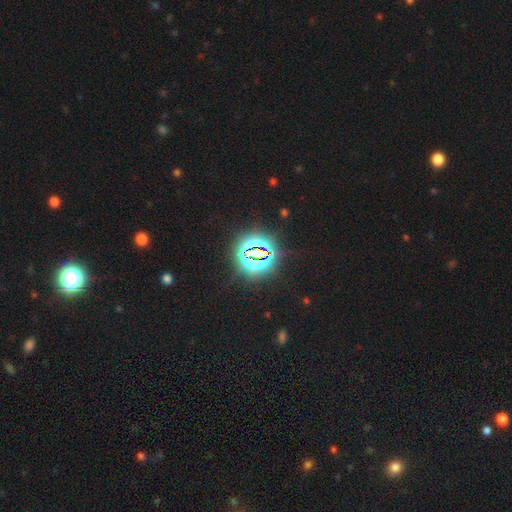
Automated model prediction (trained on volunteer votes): star or artifact 80%, smooth 12%, featured or disk 8%.